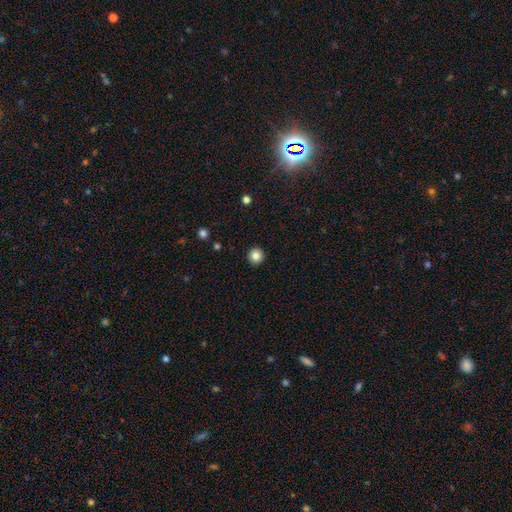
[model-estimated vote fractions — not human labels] Morphology: type=smooth (83%); roundness=round (95%); merging=none (93%).